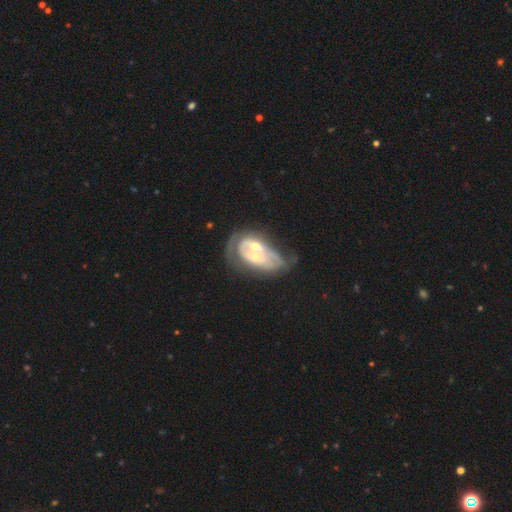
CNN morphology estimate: A featured or disk galaxy (68%) with no bar (83%), no spiral arms (61%) and a moderate central bulge (50%). Merging: merger (63%).